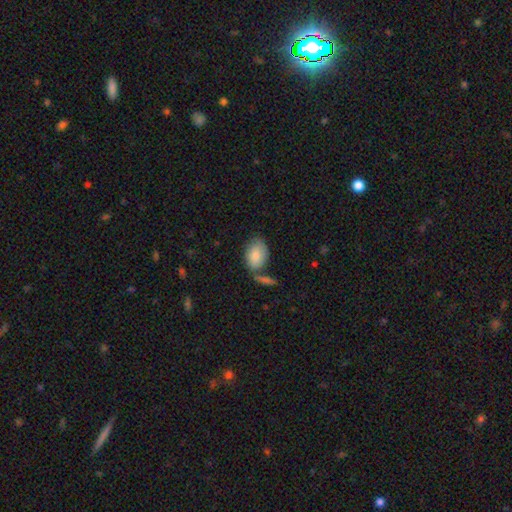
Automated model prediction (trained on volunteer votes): The model was most divided on "merging": none: 52%, minor disturbance: 22%, merger: 20%, major disturbance: 7%. More confident: how rounded — in between (85%); smooth or featured — smooth (79%).